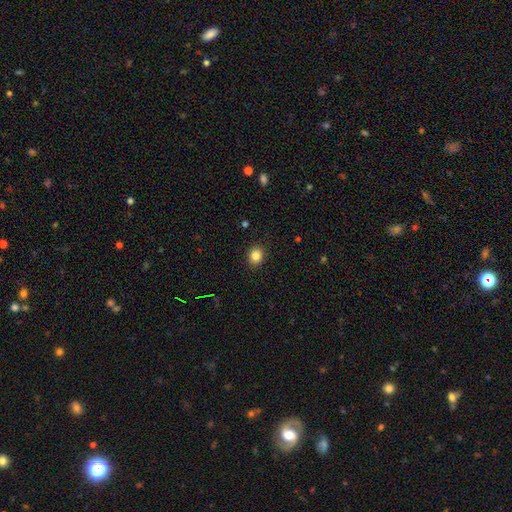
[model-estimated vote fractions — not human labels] Smooth or featured: smooth — 85% (star or artifact — 11%)
How rounded: round — 67% (in between — 32%)
Merging: none — 91% (minor disturbance — 7%)